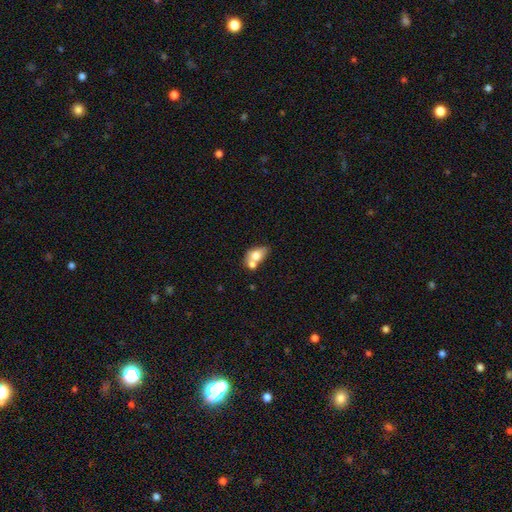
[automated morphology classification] Smooth or featured? Predicted: smooth (p=0.71). How rounded? Predicted: in between (p=0.80). Merging? Predicted: merger (p=0.50).